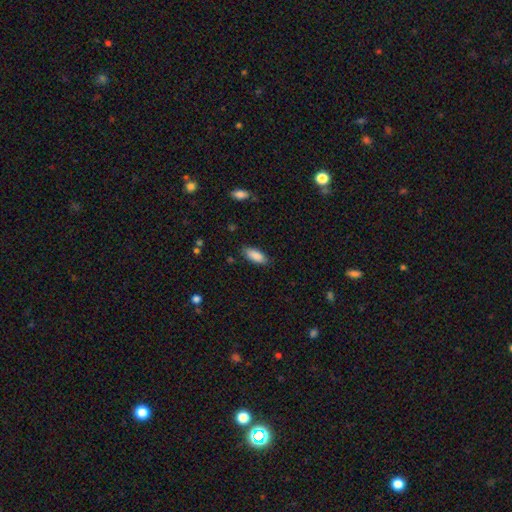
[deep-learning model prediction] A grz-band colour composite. It shows a smooth galaxy with no disk features (88%) that is in between round and cigar-shaped (82%). Merging: none (84%).